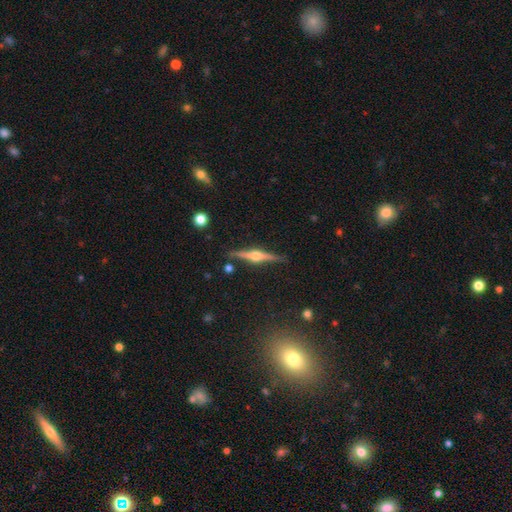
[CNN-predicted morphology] The model was most divided on "smooth or featured": featured or disk: 83%, smooth: 11%, star or artifact: 6%. More confident: edge-on disk — yes (98%); edge-on bulge — rounded (95%); merging — none (88%).